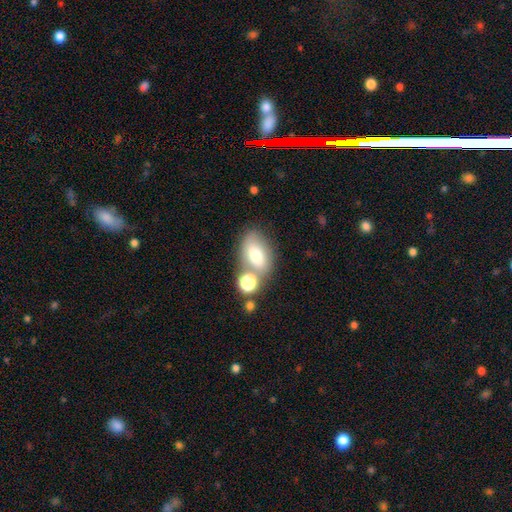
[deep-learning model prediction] Q: Smooth or featured?
A: smooth (70%); runner-up: featured or disk (20%)
Q: How rounded?
A: in between (84%); runner-up: round (14%)
Q: Merging?
A: none (54%); runner-up: merger (24%)